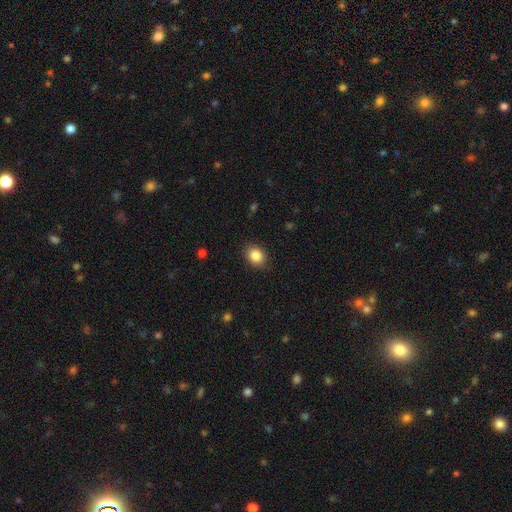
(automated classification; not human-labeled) Smooth or featured?
  - smooth: 86% *
  - star or artifact: 9%
  - featured or disk: 5%
How rounded?
  - in between: 51% *
  - round: 48%
  - cigar-shaped: 1%
Merging?
  - none: 88% *
  - minor disturbance: 9%
  - major disturbance: 2%
  - merger: 1%